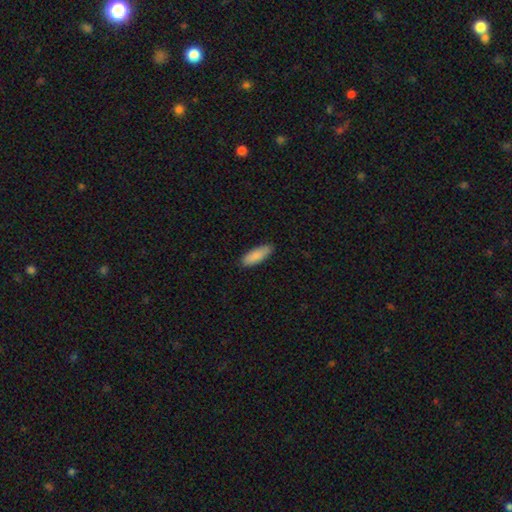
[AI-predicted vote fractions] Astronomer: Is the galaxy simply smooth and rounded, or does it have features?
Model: smooth — 87%.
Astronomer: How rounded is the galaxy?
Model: in between — 59% (runner-up: cigar-shaped, 39%).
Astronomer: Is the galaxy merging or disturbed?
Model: none — 85%.